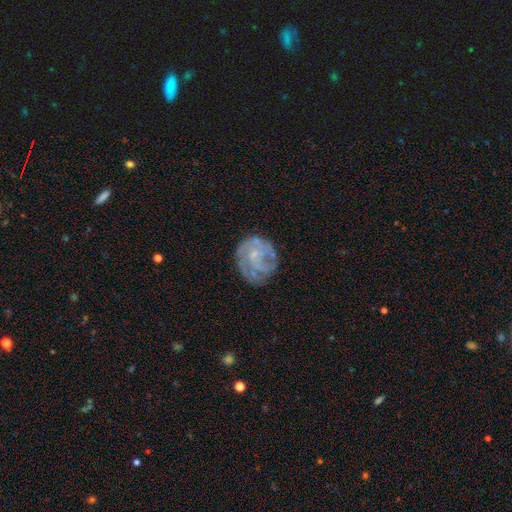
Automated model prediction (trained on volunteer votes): A featured or disk galaxy (71%) with no bar (71%), tight (56%) spiral arms (81%) and a small central bulge (56%).

Vote fractions:
- Smooth or featured? featured or disk: 71% / smooth: 21% / star or artifact: 8%
- Edge-on disk? no: 98% / yes: 2%
- Bar? no: 71% / weak: 25% / strong: 4%
- Spiral arms? yes: 81% / no: 19%
- Spiral winding? tight: 56% / medium: 32% / loose: 12%
- Spiral arm count? can't tell: 37% / 3: 23% / 2: 19% / 4: 9% / 1: 7% / more than 4: 5%
- Bulge size? small: 56% / none: 27% / moderate: 15% / large: 1% / dominant: 1%
- Merging? none: 70% / minor disturbance: 19% / major disturbance: 10% / merger: 2%